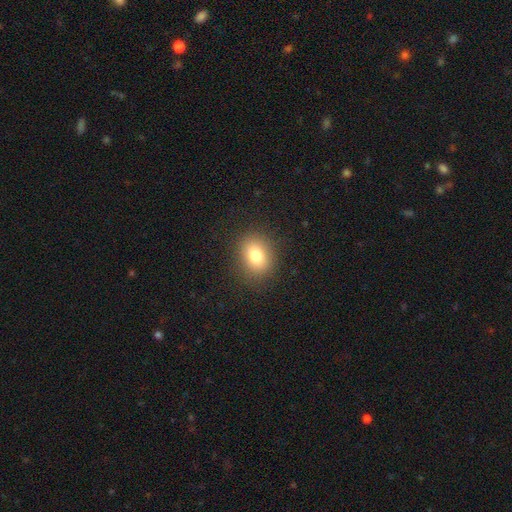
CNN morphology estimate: Smooth or featured? Predicted: smooth (p=0.80). How rounded? Predicted: in between (p=0.57). Merging? Predicted: none (p=0.86).